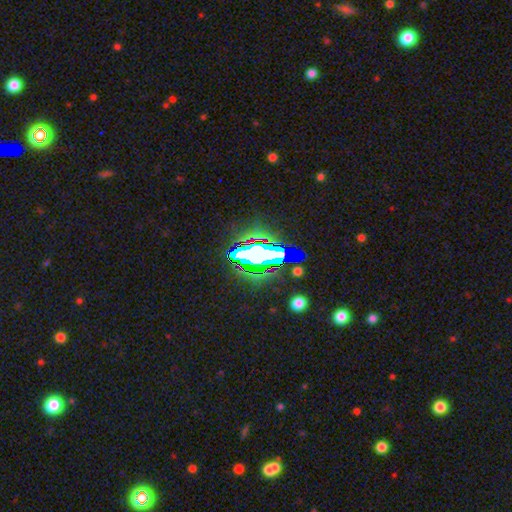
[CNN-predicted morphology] star or artifact 59%, smooth 23%, featured or disk 18%.